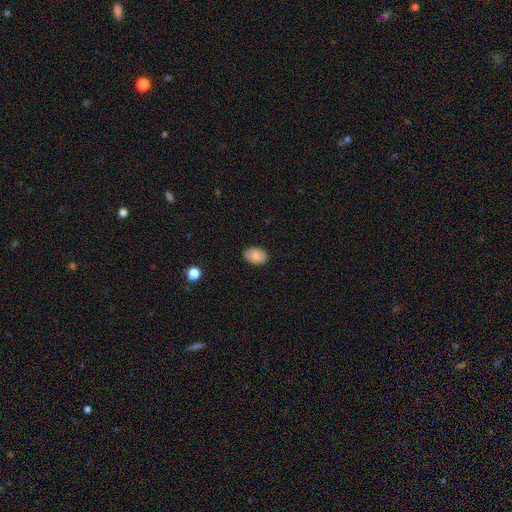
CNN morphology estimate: A smooth galaxy with no disk features (82%) that is in between round and cigar-shaped (84%).

Vote fractions:
- Smooth or featured? smooth: 82% / featured or disk: 11% / star or artifact: 8%
- How rounded? in between: 84% / round: 14% / cigar-shaped: 1%
- Merging? none: 84% / minor disturbance: 13% / major disturbance: 2% / merger: 1%